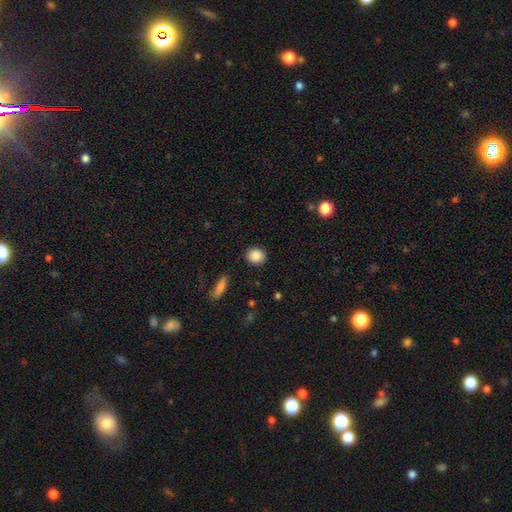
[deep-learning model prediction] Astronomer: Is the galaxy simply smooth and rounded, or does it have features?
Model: smooth — 88%.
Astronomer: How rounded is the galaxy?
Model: round — 76%.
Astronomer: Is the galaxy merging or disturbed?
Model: none — 89%.